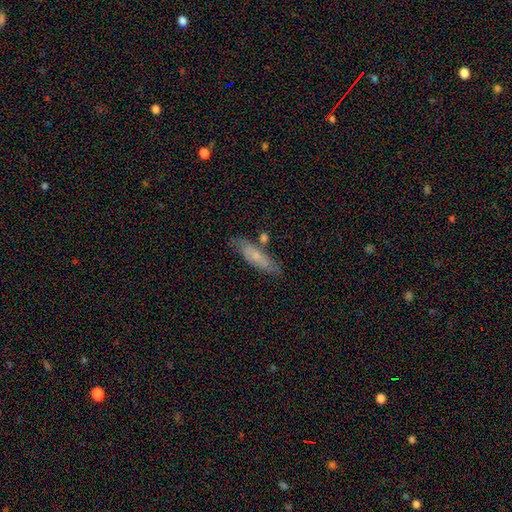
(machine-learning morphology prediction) Smooth or featured? Predicted: smooth (p=0.55). How rounded? Predicted: cigar-shaped (p=0.66). Merging? Predicted: none (p=0.71).